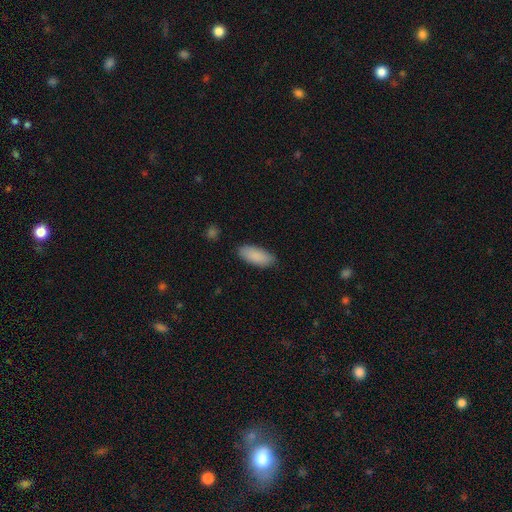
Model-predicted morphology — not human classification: smooth_or_featured: smooth (p=0.90) [alt: star or artifact p=0.06]
how_rounded: in between (p=0.82) [alt: cigar-shaped p=0.16]
merging: none (p=0.85) [alt: minor disturbance p=0.11]